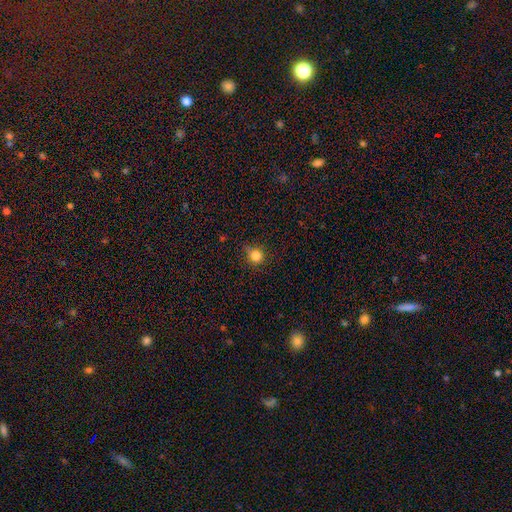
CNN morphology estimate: Smooth or featured: smooth — 82% (star or artifact — 13%)
How rounded: round — 86% (in between — 13%)
Merging: none — 69% (minor disturbance — 23%)